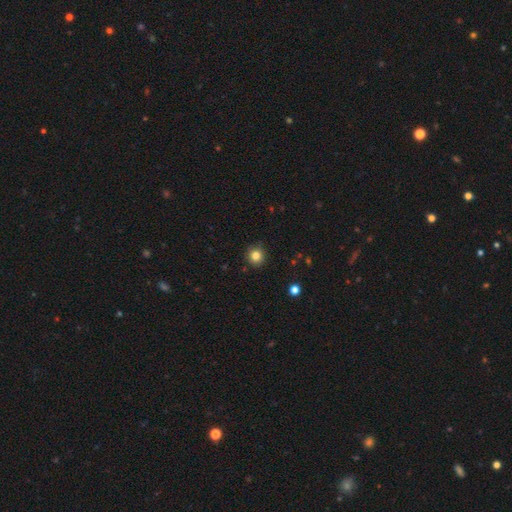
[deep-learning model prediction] Smooth or featured? smooth (83%)
How rounded? round (93%)
Merging? none (90%)